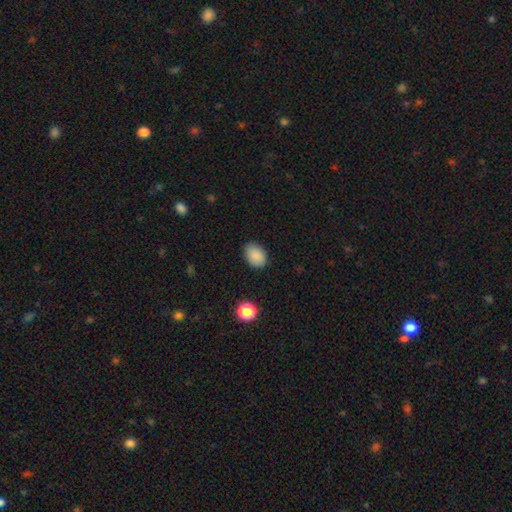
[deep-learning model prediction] Smooth or featured: smooth — 88% (star or artifact — 9%)
How rounded: in between — 73% (round — 26%)
Merging: none — 85% (minor disturbance — 11%)